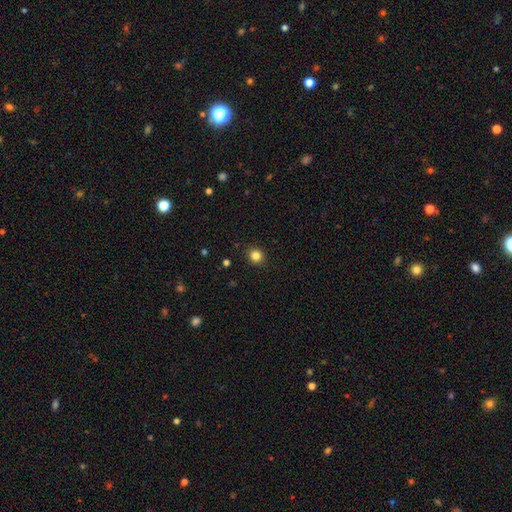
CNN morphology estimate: This is clearly a smooth galaxy (83%). How rounded: clearly round (87%). Merging: clearly none (91%).